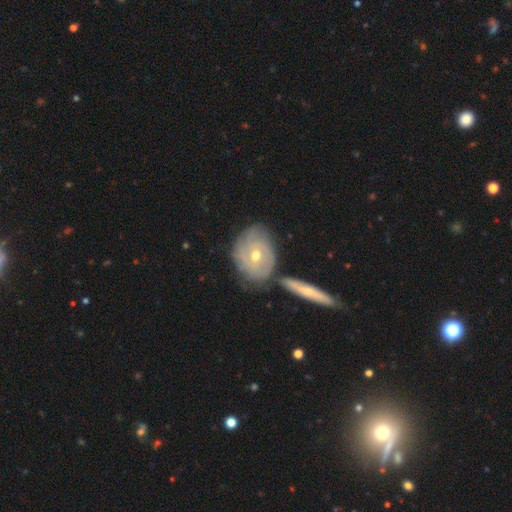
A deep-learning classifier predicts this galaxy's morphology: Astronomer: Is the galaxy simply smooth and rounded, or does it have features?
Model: featured or disk — 68%.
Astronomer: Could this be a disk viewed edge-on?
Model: no — 91%.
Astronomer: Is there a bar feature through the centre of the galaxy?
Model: no — 64%.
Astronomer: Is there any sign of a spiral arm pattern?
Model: yes — 75%.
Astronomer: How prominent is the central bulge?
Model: moderate — 52% (runner-up: small, 46%).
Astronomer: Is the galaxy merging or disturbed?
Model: none — 64%.